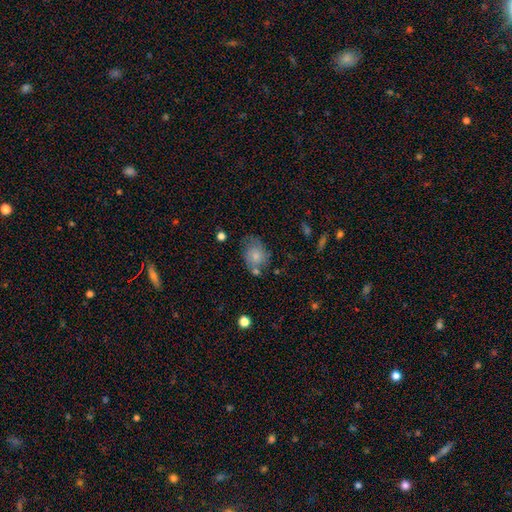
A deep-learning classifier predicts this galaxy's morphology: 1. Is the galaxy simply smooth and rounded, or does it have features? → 69% smooth, 23% featured or disk, 8% star or artifact.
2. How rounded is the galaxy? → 60% in between, 39% round, 1% cigar-shaped.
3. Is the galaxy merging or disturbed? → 52% none, 26% minor disturbance, 11% merger, 11% major disturbance.